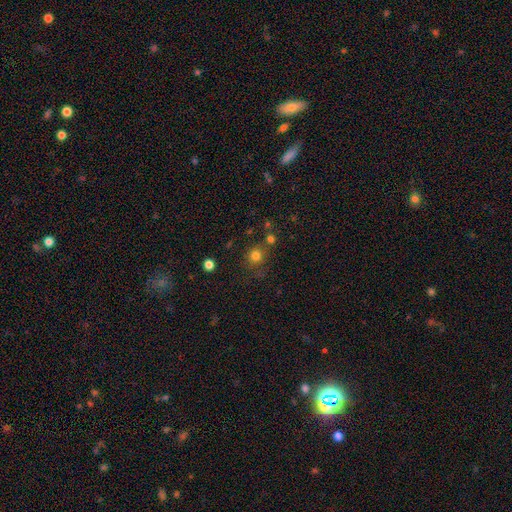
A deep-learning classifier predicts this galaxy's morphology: This appears to be a smooth galaxy with no disk features (77%) that is round (87%). Merging: none (72%).